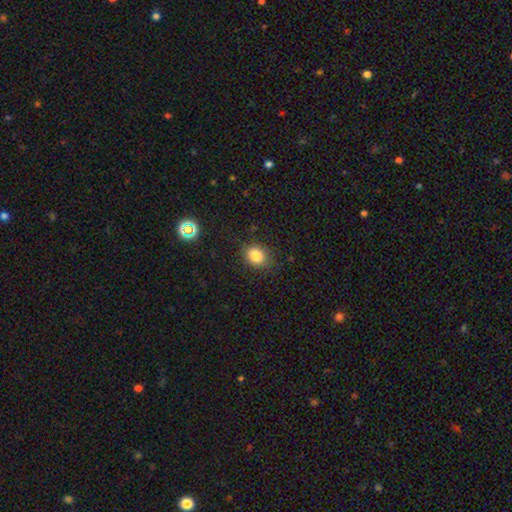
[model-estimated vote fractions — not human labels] Smooth or featured? Predicted: smooth (p=0.82). How rounded? Predicted: round (p=0.52). Merging? Predicted: none (p=0.82).